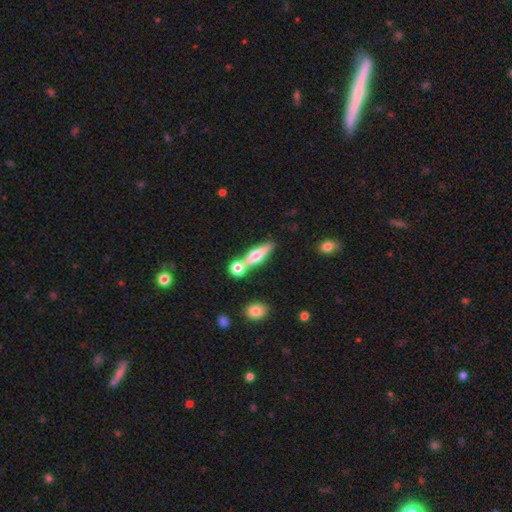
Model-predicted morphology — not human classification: This appears to be a smooth galaxy with no disk features (49%). Merging: none (56%).